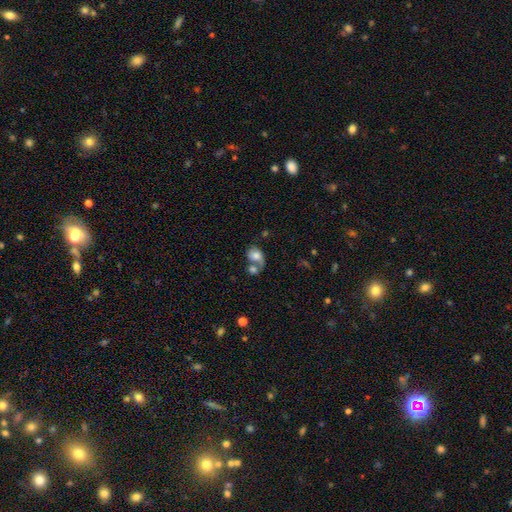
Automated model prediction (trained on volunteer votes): This is possibly a smooth galaxy (60%). How rounded: possibly in between (58%). Merging: possibly merger (53%).